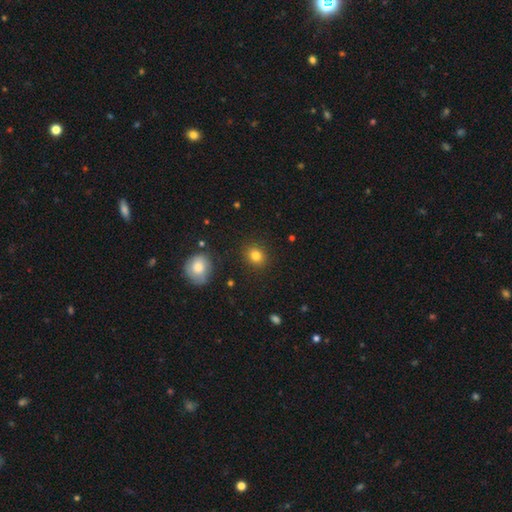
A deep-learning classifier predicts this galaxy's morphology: Smooth or featured?
  - smooth: 82% *
  - star or artifact: 12%
  - featured or disk: 6%
How rounded?
  - round: 72% *
  - in between: 27%
  - cigar-shaped: 1%
Merging?
  - none: 88% *
  - minor disturbance: 7%
  - major disturbance: 2%
  - merger: 2%